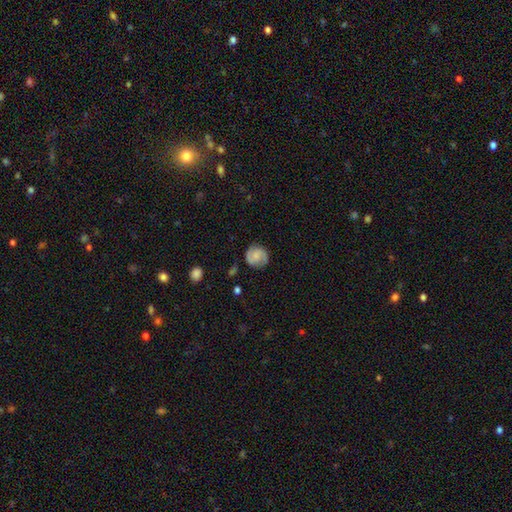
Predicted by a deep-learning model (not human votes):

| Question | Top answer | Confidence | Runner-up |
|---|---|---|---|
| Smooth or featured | featured or disk | 62% | smooth (31%) |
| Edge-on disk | no | 98% | yes (2%) |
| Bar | no | 55% | weak (38%) |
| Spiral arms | yes | 94% | no (6%) |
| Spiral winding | medium | 45% | tight (43%) |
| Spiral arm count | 2 | 84% | can't tell (7%) |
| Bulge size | small | 38% | none (35%) |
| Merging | none | 80% | minor disturbance (14%) |